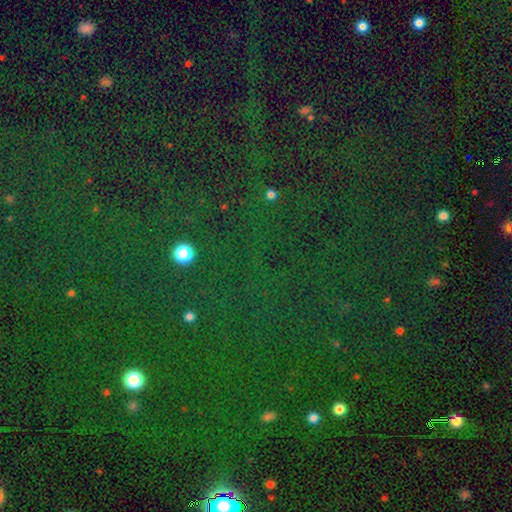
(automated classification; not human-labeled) Smooth or featured? star or artifact (78%)